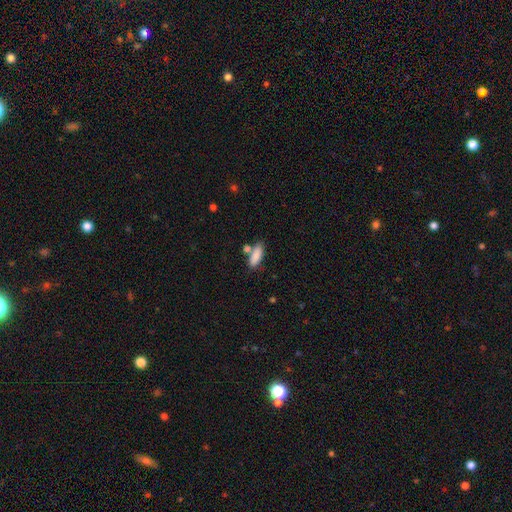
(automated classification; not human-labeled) smooth 87%, star or artifact 7%, featured or disk 6%. Down the decision tree: how rounded — in between (64%); merging — none (66%).